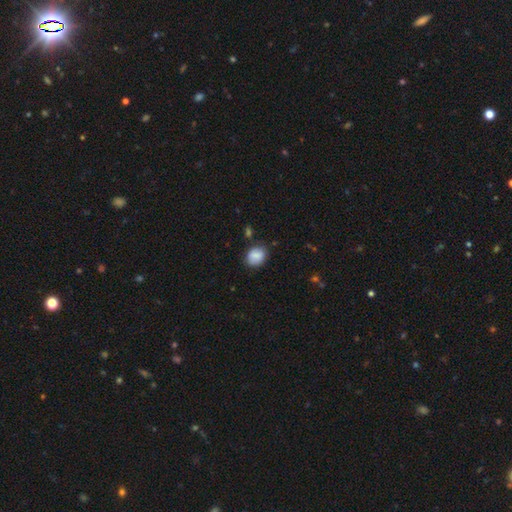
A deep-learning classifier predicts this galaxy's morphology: type=smooth (84%); roundness=in between (51%); merging=none (78%).